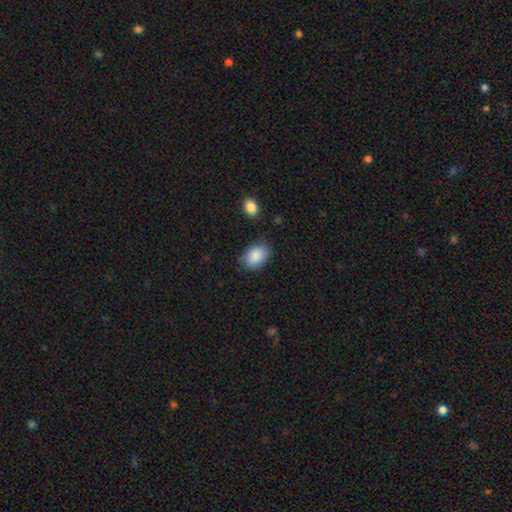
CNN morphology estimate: Q: Smooth or featured?
A: smooth (89%); runner-up: star or artifact (7%)
Q: How rounded?
A: in between (83%); runner-up: round (16%)
Q: Merging?
A: none (79%); runner-up: minor disturbance (15%)